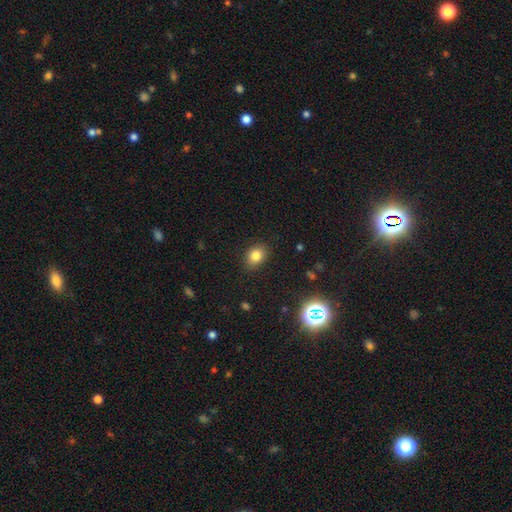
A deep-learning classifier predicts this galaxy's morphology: This is clearly a smooth galaxy (81%). How rounded: likely in between (61%). Merging: clearly none (86%).